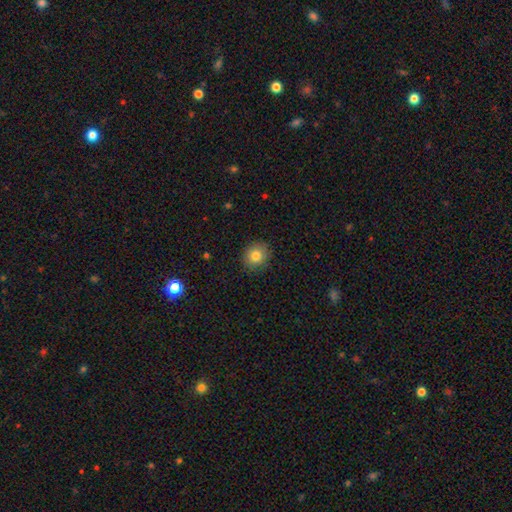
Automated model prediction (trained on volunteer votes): This appears to be a smooth galaxy with no disk features (81%) that is round (80%). Merging: none (88%).